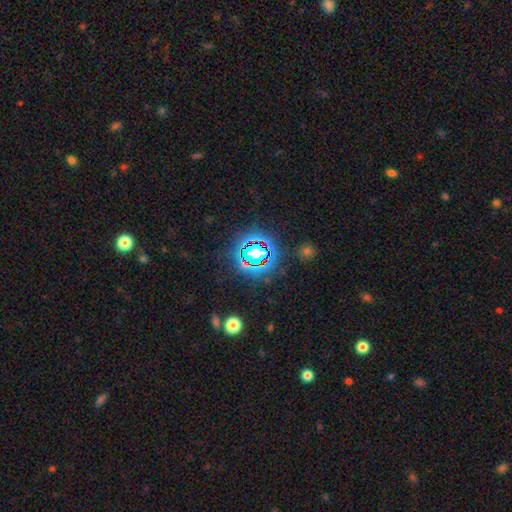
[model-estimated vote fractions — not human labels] The model was most divided on "smooth or featured": star or artifact: 71%, smooth: 17%, featured or disk: 11%.